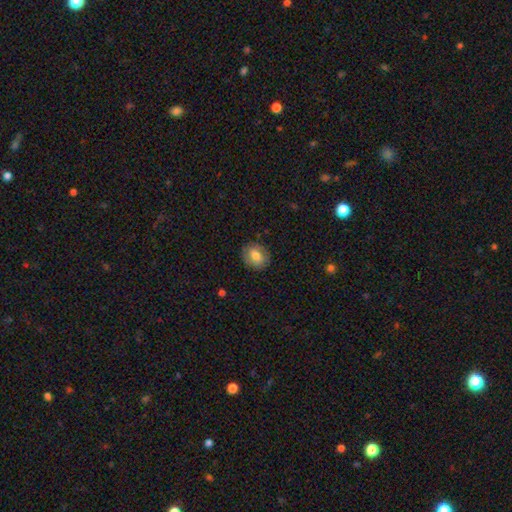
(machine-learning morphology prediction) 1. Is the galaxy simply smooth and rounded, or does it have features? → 74% smooth, 18% featured or disk, 8% star or artifact.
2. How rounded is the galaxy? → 59% round, 40% in between, 1% cigar-shaped.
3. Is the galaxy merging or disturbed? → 84% none, 12% minor disturbance, 3% major disturbance, 1% merger.